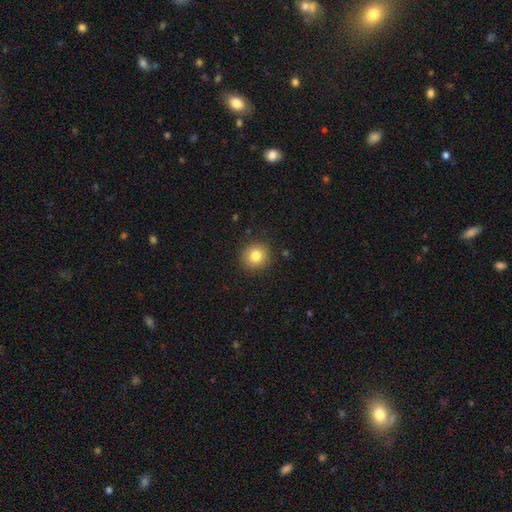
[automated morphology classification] This is clearly a smooth galaxy (82%). How rounded: clearly round (93%). Merging: clearly none (90%).